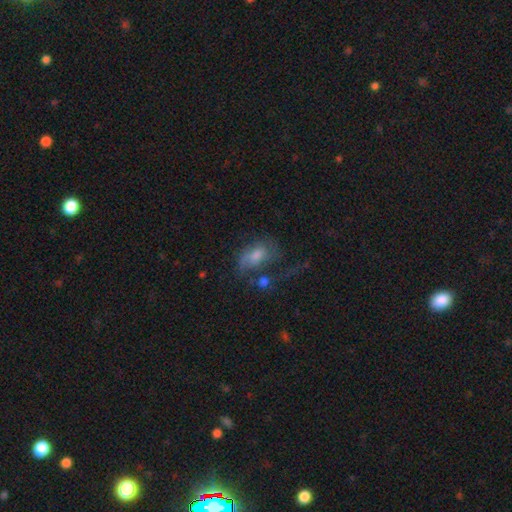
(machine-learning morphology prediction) featured or disk 49%, smooth 37%, star or artifact 14%. Down the decision tree: merging — major disturbance (37%).